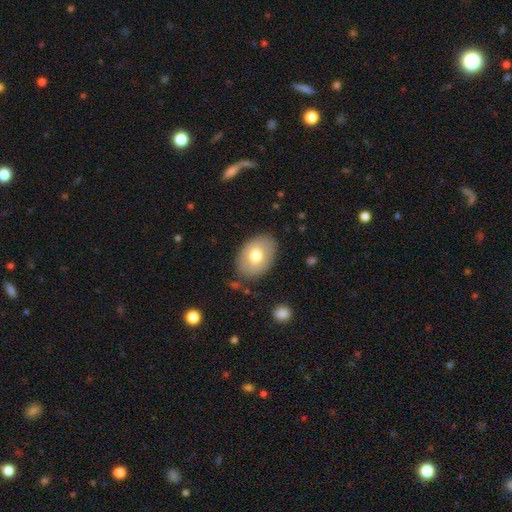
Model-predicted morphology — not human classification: Q: Smooth or featured?
A: smooth (71%); runner-up: featured or disk (22%)
Q: How rounded?
A: in between (82%); runner-up: round (18%)
Q: Merging?
A: none (82%); runner-up: minor disturbance (12%)